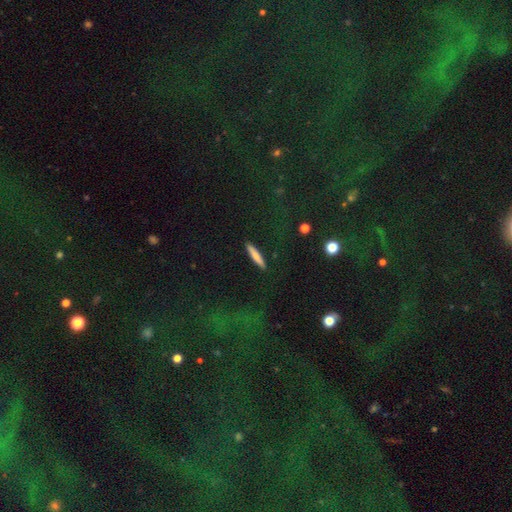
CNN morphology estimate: Smooth or featured: smooth — 77% (featured or disk — 17%)
How rounded: cigar-shaped — 91% (in between — 7%)
Merging: none — 90% (minor disturbance — 7%)